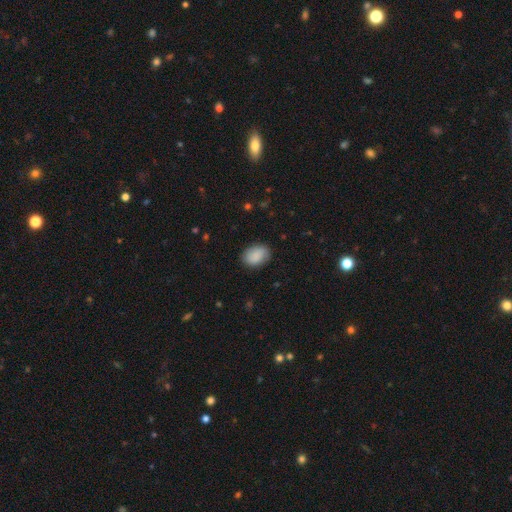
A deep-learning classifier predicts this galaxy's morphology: This appears to be a smooth galaxy with no disk features (88%) that is in between round and cigar-shaped (80%). Merging: none (85%).